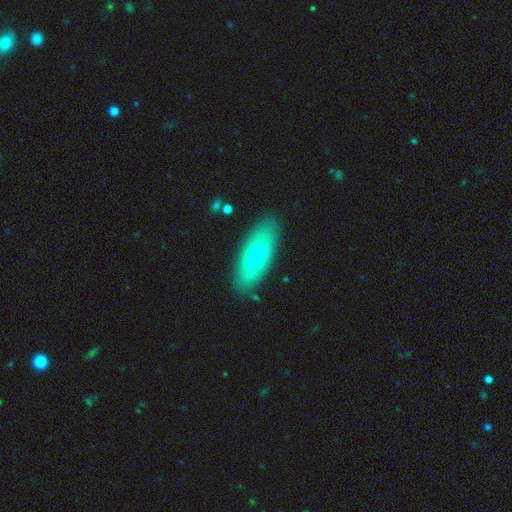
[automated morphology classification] This appears to be a smooth galaxy with no disk features (48%). Merging: none (87%).